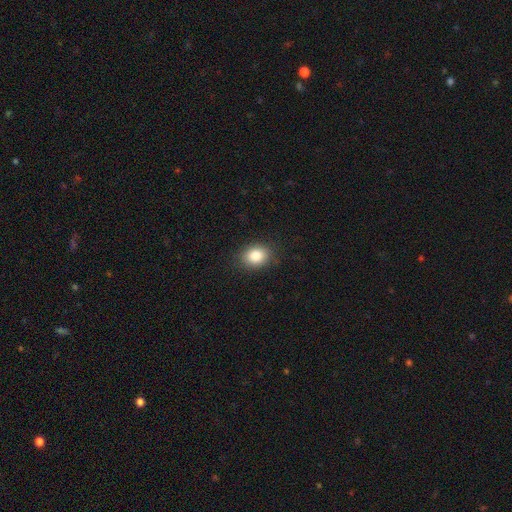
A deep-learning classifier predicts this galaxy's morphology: smooth-or-featured: smooth: 85% | star or artifact: 9% | featured or disk: 6%
  how-rounded: in between: 56% | round: 43% | cigar-shaped: 1%
  merging: none: 86% | minor disturbance: 10% | major disturbance: 3% | merger: 1%